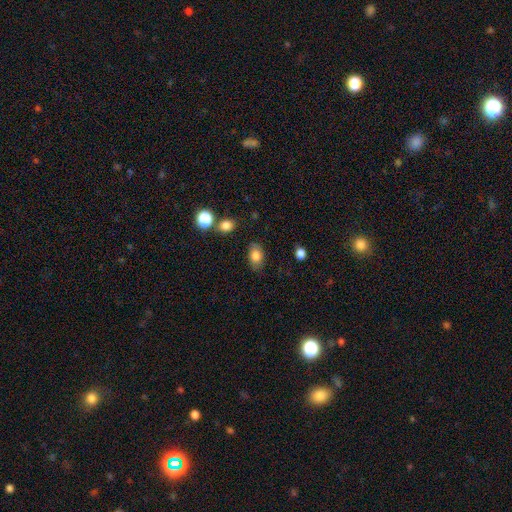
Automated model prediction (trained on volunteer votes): Smooth or featured: smooth — 81% (featured or disk — 10%)
How rounded: in between — 85% (round — 13%)
Merging: none — 80% (minor disturbance — 14%)